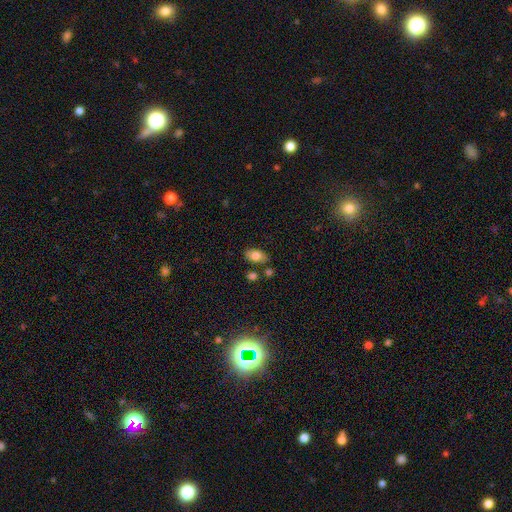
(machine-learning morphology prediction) Overall: smooth (78%). How rounded: in between (91%). Merging: none (75%).